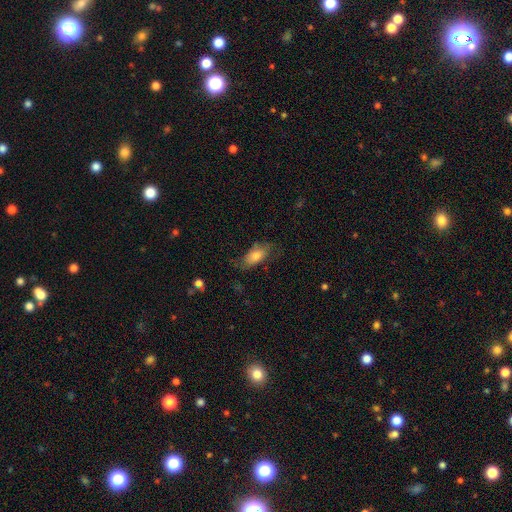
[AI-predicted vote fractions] smooth_or_featured: smooth (p=0.71) [alt: featured or disk p=0.21]
how_rounded: in between (p=0.85) [alt: cigar-shaped p=0.12]
merging: none (p=0.61) [alt: minor disturbance p=0.25]